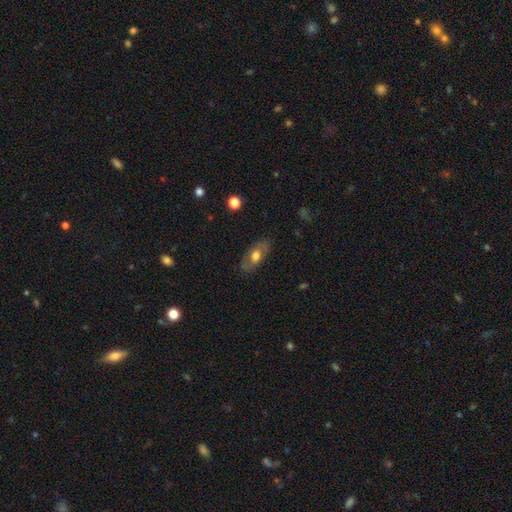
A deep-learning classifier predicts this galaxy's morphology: Q: Smooth or featured?
A: smooth (52%); runner-up: featured or disk (41%)
Q: How rounded?
A: in between (86%); runner-up: round (7%)
Q: Merging?
A: none (79%); runner-up: minor disturbance (15%)